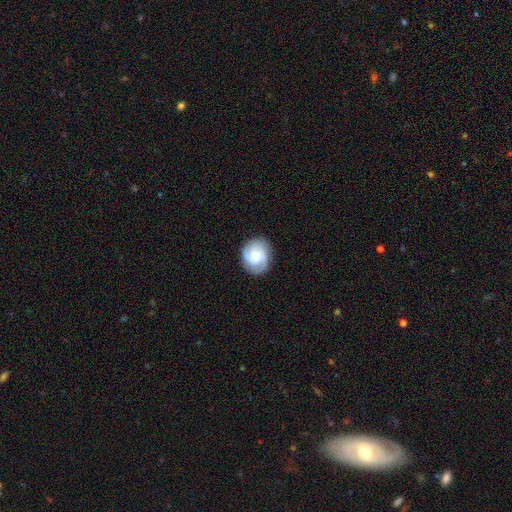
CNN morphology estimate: smooth_or_featured: featured or disk (p=0.55) [alt: smooth p=0.38]
disk_edge_on: no (p=0.98) [alt: yes p=0.02]
bar: no (p=0.73) [alt: weak p=0.24]
has_spiral_arms: yes (p=0.91) [alt: no p=0.09]
bulge_size: moderate (p=0.43) [tied with: small p=0.43]
merging: none (p=0.81) [alt: minor disturbance p=0.14]